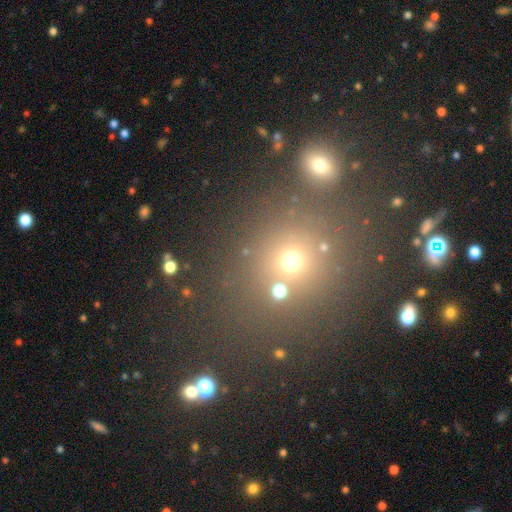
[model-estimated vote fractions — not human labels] Smooth or featured?
  - star or artifact: 49% *
  - smooth: 41%
  - featured or disk: 9%